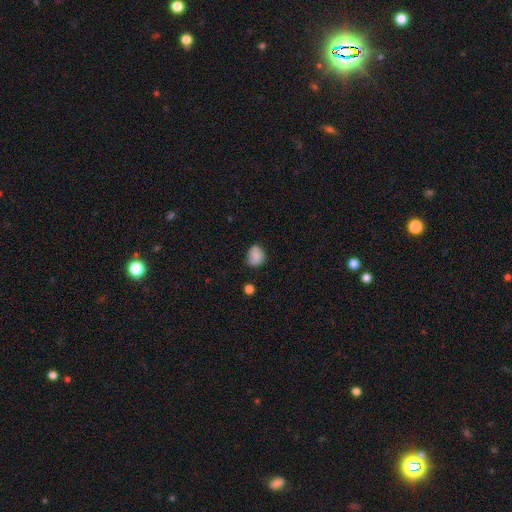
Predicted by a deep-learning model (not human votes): Morphology: type=smooth (82%); roundness=round (59%); merging=none (65%).